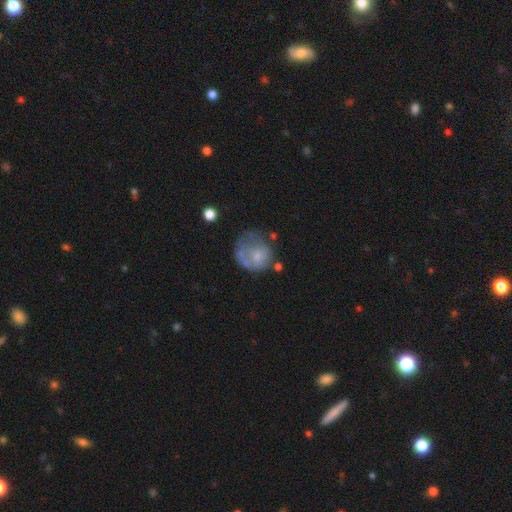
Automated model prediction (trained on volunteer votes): smooth 51%, featured or disk 40%, star or artifact 9%. Down the decision tree: how rounded — round (73%); merging — none (37%).